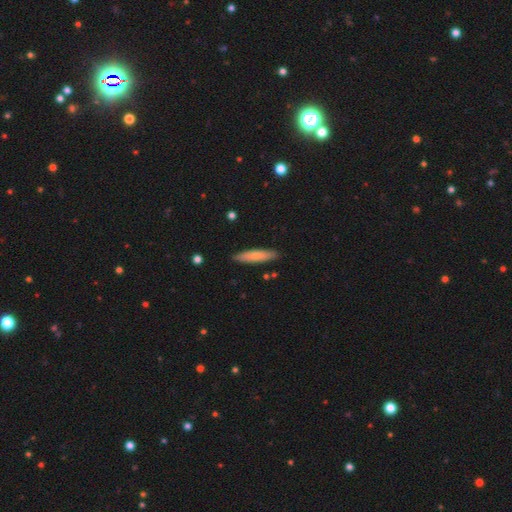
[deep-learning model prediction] A smooth galaxy with no disk features (71%) that is cigar-shaped (83%).

Vote fractions:
- Smooth or featured? smooth: 71% / featured or disk: 24% / star or artifact: 6%
- How rounded? cigar-shaped: 83% / in between: 16% / round: 1%
- Merging? none: 88% / minor disturbance: 9% / major disturbance: 2% / merger: 1%